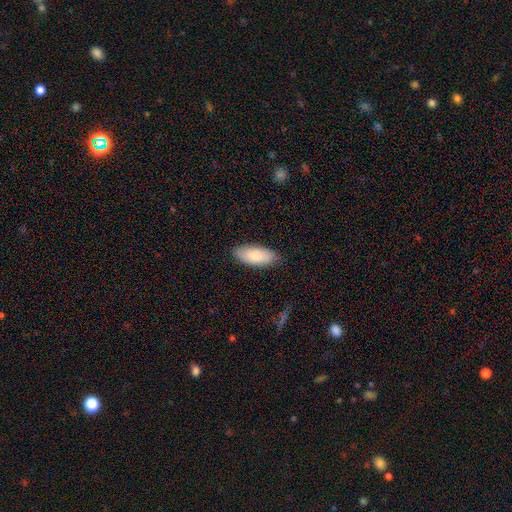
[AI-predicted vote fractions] Smooth or featured: smooth — 83% (featured or disk — 12%)
How rounded: in between — 83% (cigar-shaped — 15%)
Merging: none — 84% (minor disturbance — 12%)